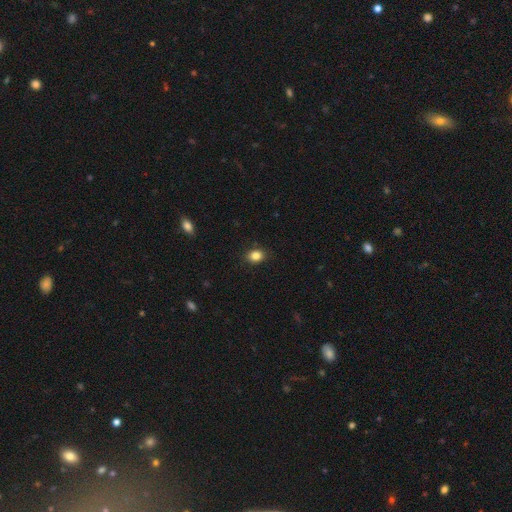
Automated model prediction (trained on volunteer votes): Smooth or featured?
  - smooth: 85% *
  - star or artifact: 10%
  - featured or disk: 5%
How rounded?
  - in between: 55% *
  - round: 44%
  - cigar-shaped: 1%
Merging?
  - none: 87% *
  - minor disturbance: 10%
  - major disturbance: 2%
  - merger: 1%